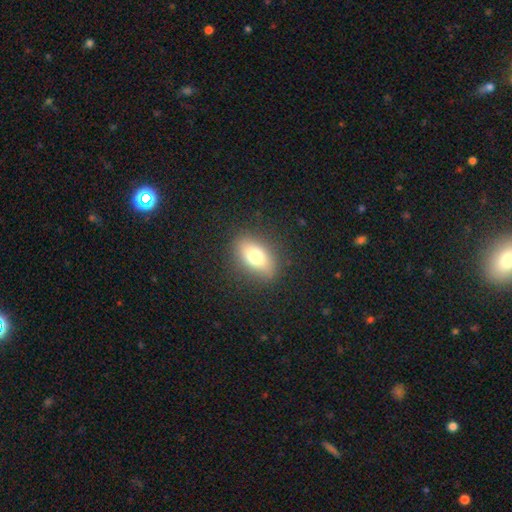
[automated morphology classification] type=smooth (73%); roundness=in between (81%); merging=none (86%).